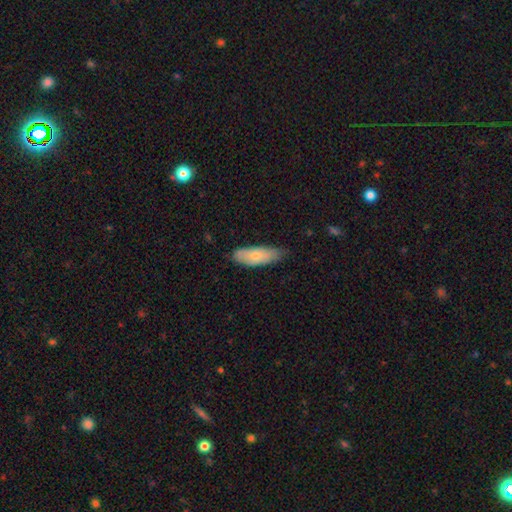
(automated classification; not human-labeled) Smooth or featured?
  - smooth: 72% *
  - featured or disk: 22%
  - star or artifact: 6%
How rounded?
  - in between: 71% *
  - cigar-shaped: 27%
  - round: 2%
Merging?
  - none: 63% *
  - minor disturbance: 31%
  - major disturbance: 5%
  - merger: 1%